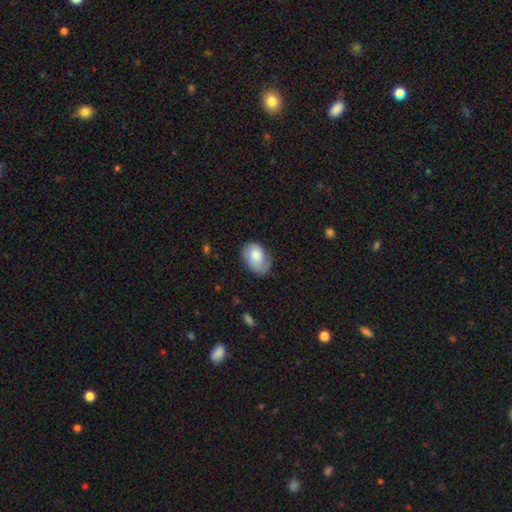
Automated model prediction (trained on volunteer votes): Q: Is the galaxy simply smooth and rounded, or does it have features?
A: smooth — 74%.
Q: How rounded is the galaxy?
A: in between — 83%.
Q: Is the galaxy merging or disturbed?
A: none — 56%.